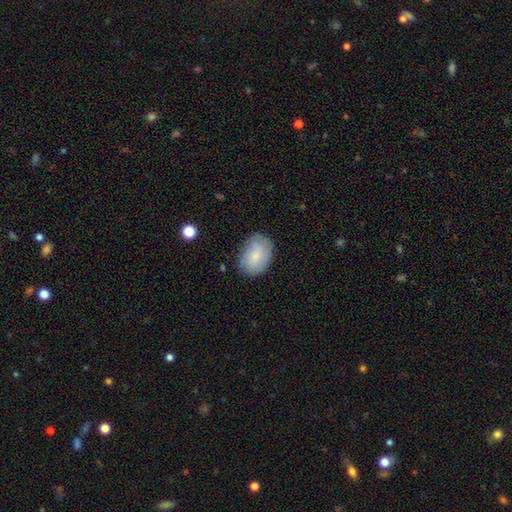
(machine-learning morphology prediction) The model was most divided on "smooth or featured": smooth: 67%, featured or disk: 25%, star or artifact: 7%. More confident: how rounded — in between (81%); merging — none (76%).